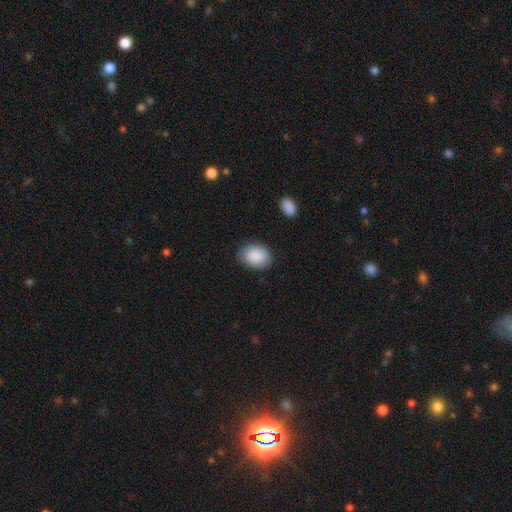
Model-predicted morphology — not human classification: A smooth galaxy with no disk features (89%) that is in between round and cigar-shaped (64%).

Vote fractions:
- Smooth or featured? smooth: 89% / star or artifact: 6% / featured or disk: 5%
- How rounded? in between: 64% / round: 35% / cigar-shaped: 1%
- Merging? none: 81% / minor disturbance: 15% / major disturbance: 3% / merger: 2%